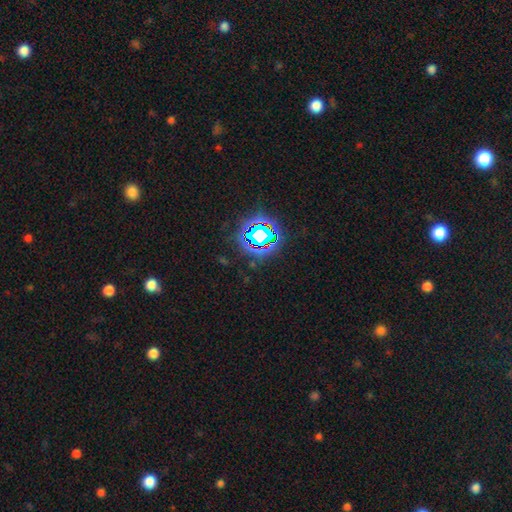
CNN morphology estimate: A star or artifact, not a galaxy (81%).

Vote fractions:
- Smooth or featured? star or artifact: 81% / smooth: 12% / featured or disk: 7%